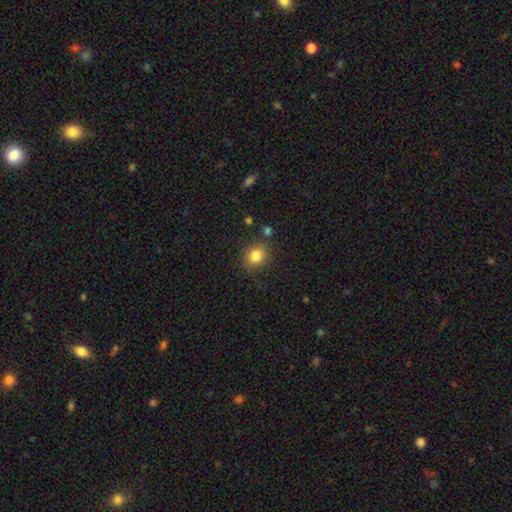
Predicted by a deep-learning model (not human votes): Smooth or featured? smooth (83%)
How rounded? round (57%)
Merging? none (82%)